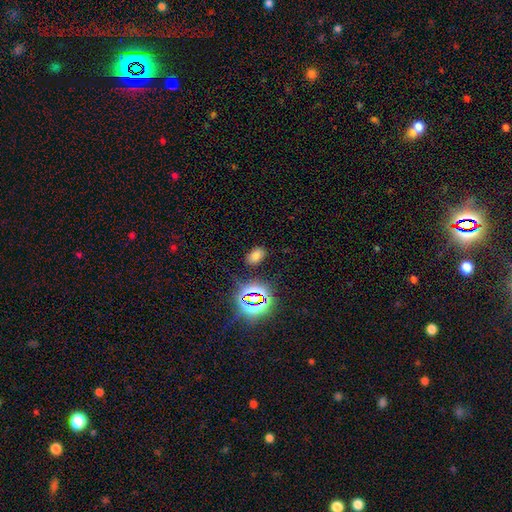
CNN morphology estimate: Smooth or featured? smooth (65%)
How rounded? in between (88%)
Merging? none (84%)